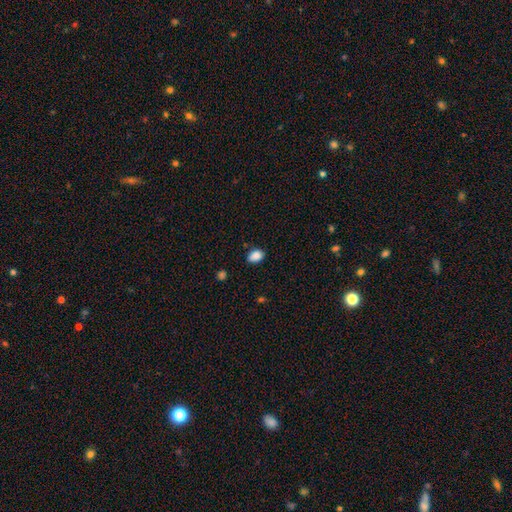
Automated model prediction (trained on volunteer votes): A smooth galaxy with no disk features (88%) that is in between round and cigar-shaped (80%). Merging: none (79%).